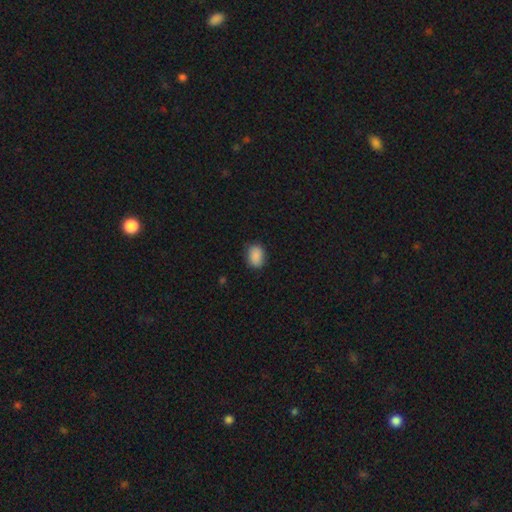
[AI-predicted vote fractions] A smooth galaxy with no disk features (89%) that is in between round and cigar-shaped (71%).

Vote fractions:
- Smooth or featured? smooth: 89% / star or artifact: 8% / featured or disk: 4%
- How rounded? in between: 71% / round: 28% / cigar-shaped: 1%
- Merging? none: 83% / minor disturbance: 13% / major disturbance: 3% / merger: 1%